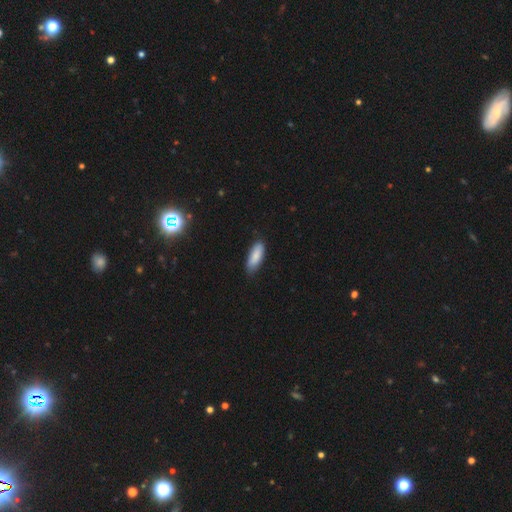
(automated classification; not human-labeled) This is clearly a smooth galaxy (86%). How rounded: likely in between (69%). Merging: likely none (79%).